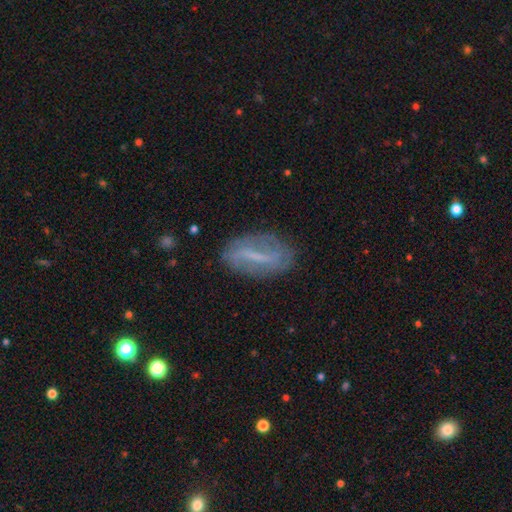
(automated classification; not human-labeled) Smooth or featured? Predicted: featured or disk (p=0.59). Edge-on disk? Predicted: no (p=0.83). Merging? Predicted: none (p=0.78).